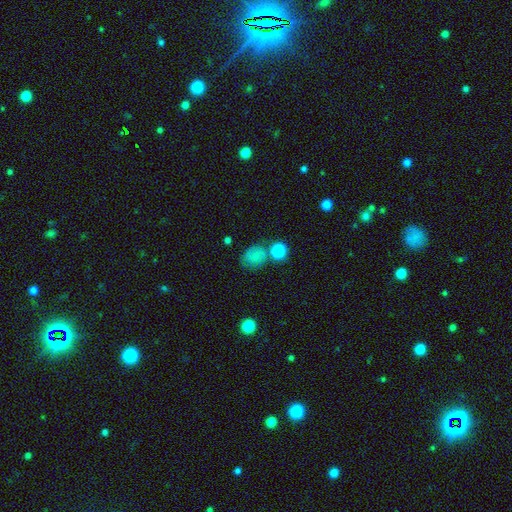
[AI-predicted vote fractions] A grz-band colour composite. It shows a smooth galaxy with no disk features (75%) that is round (64%). Merging: none (54%).